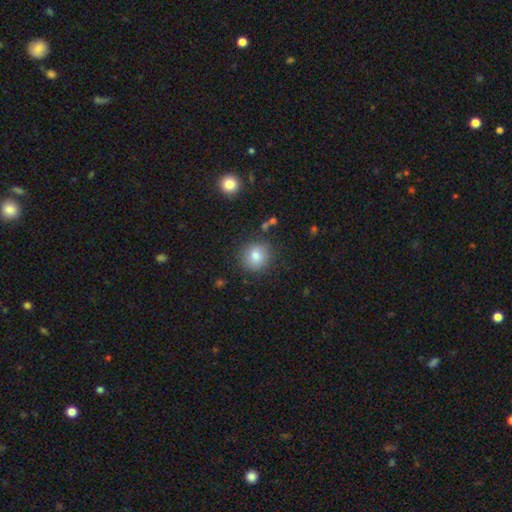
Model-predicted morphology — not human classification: Q: Smooth or featured?
A: smooth (81%); runner-up: star or artifact (11%)
Q: How rounded?
A: round (88%); runner-up: in between (11%)
Q: Merging?
A: none (86%); runner-up: minor disturbance (9%)